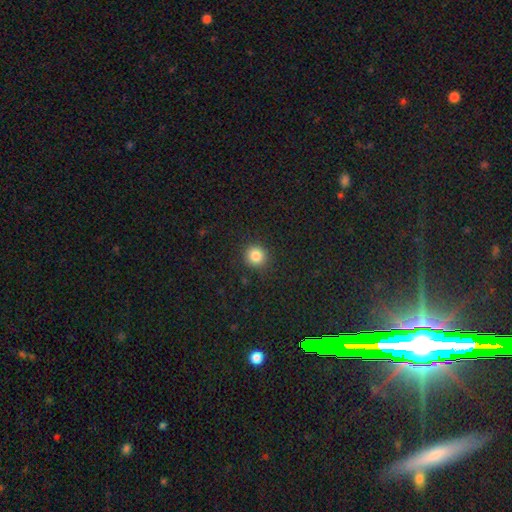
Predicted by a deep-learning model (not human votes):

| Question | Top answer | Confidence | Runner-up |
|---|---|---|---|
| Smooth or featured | smooth | 85% | star or artifact (11%) |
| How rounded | round | 91% | in between (8%) |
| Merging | none | 90% | minor disturbance (6%) |